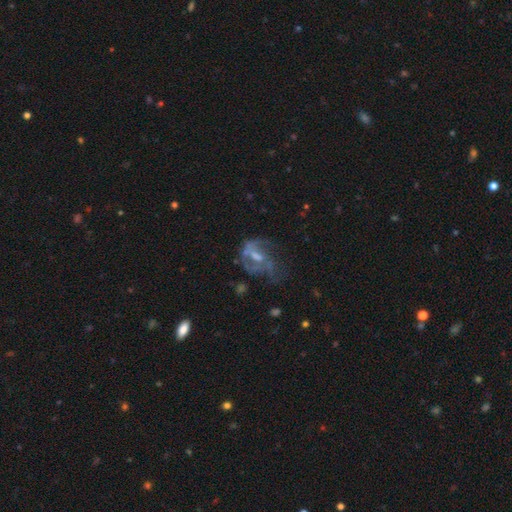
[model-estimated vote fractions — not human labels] A featured or disk galaxy (68%) with no bar (46%), spiral arms (60%) and a moderate central bulge (41%).

Vote fractions:
- Smooth or featured? featured or disk: 68% / smooth: 17% / star or artifact: 15%
- Edge-on disk? no: 96% / yes: 4%
- Bar? no: 46% / weak: 41% / strong: 14%
- Spiral arms? yes: 60% / no: 40%
- Bulge size? moderate: 41% / small: 38% / none: 16% / large: 4% / dominant: 1%
- Merging? none: 40% / major disturbance: 36% / minor disturbance: 19% / merger: 5%